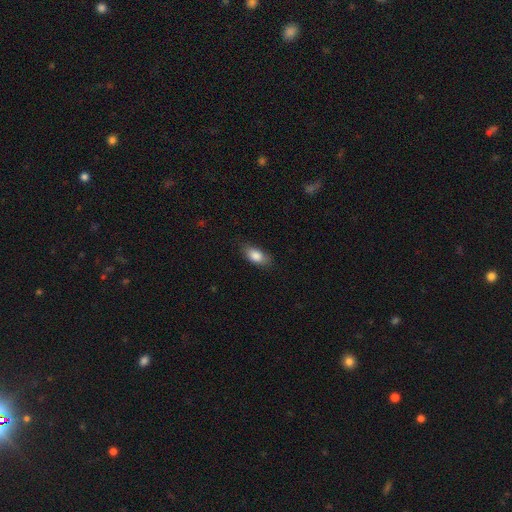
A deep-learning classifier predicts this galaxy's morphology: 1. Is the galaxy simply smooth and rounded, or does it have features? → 84% smooth, 9% featured or disk, 7% star or artifact.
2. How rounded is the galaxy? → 87% in between, 8% cigar-shaped, 4% round.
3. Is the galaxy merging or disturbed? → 80% none, 15% minor disturbance, 3% major disturbance, 1% merger.